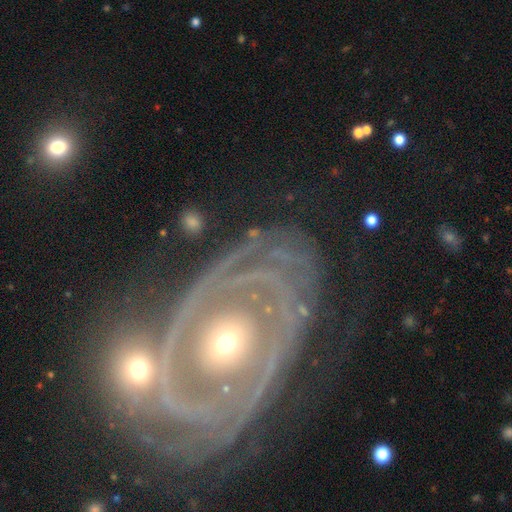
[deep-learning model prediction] The model was most divided on "spiral arm count": can't tell: 31%, 2: 28%, 3: 17%, 4: 9%, 1: 8%, more than 4: 8%. More confident: edge-on disk — no (96%); spiral arms — yes (86%); smooth or featured — featured or disk (86%); bar — no (80%); spiral winding — tight (78%); merging — none (61%); bulge size — small (54%).